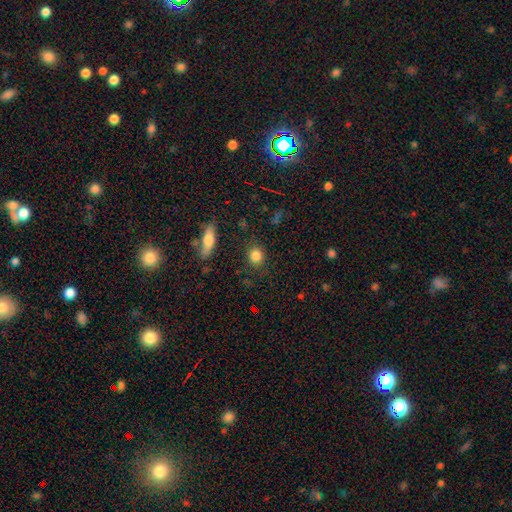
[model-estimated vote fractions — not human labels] Smooth or featured: smooth — 84% (star or artifact — 9%)
How rounded: round — 78% (in between — 19%)
Merging: none — 86% (minor disturbance — 9%)